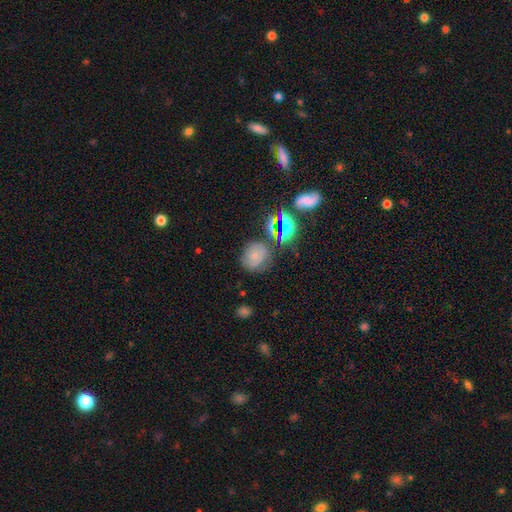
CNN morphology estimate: This is possibly a smooth galaxy (53%). How rounded: likely round (74%). Merging: likely none (65%).